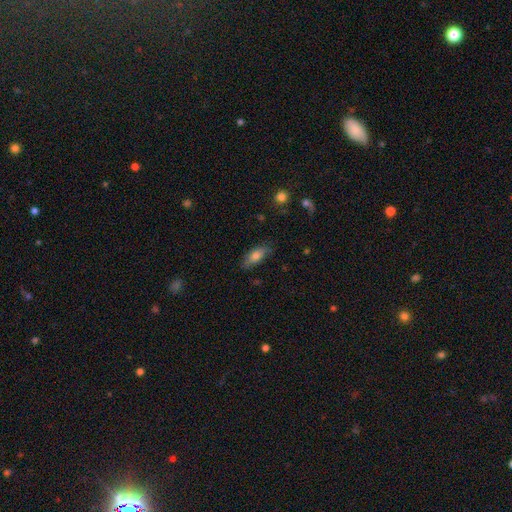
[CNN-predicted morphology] Smooth or featured?
  - smooth: 75% *
  - featured or disk: 18%
  - star or artifact: 7%
How rounded?
  - in between: 78% *
  - cigar-shaped: 19%
  - round: 3%
Merging?
  - none: 78% *
  - minor disturbance: 17%
  - major disturbance: 3%
  - merger: 1%